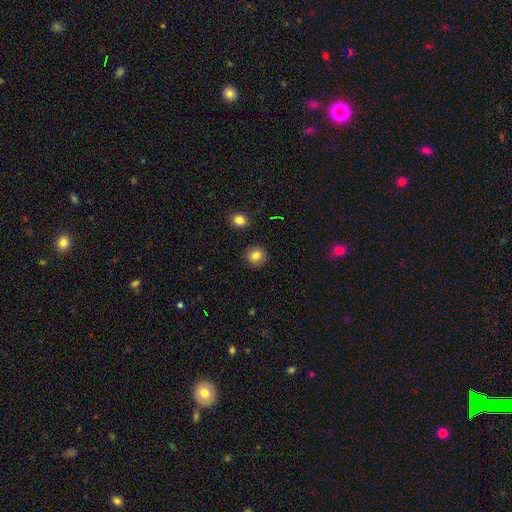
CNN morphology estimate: A smooth galaxy with no disk features (83%) that is round (82%).

Vote fractions:
- Smooth or featured? smooth: 83% / star or artifact: 10% / featured or disk: 6%
- How rounded? round: 82% / in between: 17% / cigar-shaped: 1%
- Merging? none: 89% / minor disturbance: 7% / major disturbance: 2% / merger: 2%